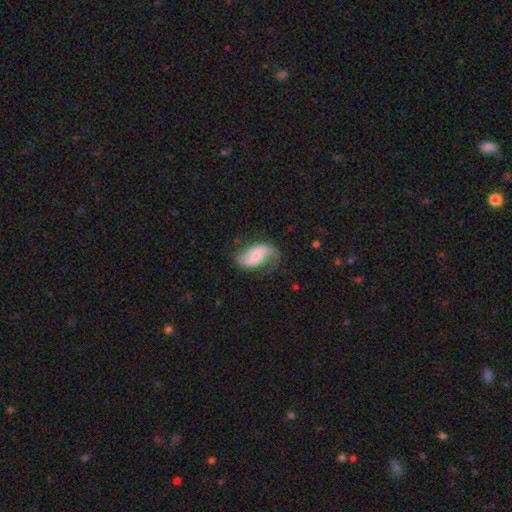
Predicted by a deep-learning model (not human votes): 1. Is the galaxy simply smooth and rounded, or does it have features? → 63% featured or disk, 31% smooth, 6% star or artifact.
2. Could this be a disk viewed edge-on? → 95% no, 5% yes.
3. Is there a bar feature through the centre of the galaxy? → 42% weak, 37% no, 21% strong.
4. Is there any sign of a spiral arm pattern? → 88% yes, 12% no.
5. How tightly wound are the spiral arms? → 62% loose, 27% medium, 10% tight.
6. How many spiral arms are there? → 76% 2, 15% 1, 7% can't tell, 1% 3, 1% 4, 1% more than 4.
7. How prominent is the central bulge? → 52% moderate, 36% small, 6% large, 4% none, 1% dominant.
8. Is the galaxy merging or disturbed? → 57% none, 27% minor disturbance, 15% major disturbance, 2% merger.